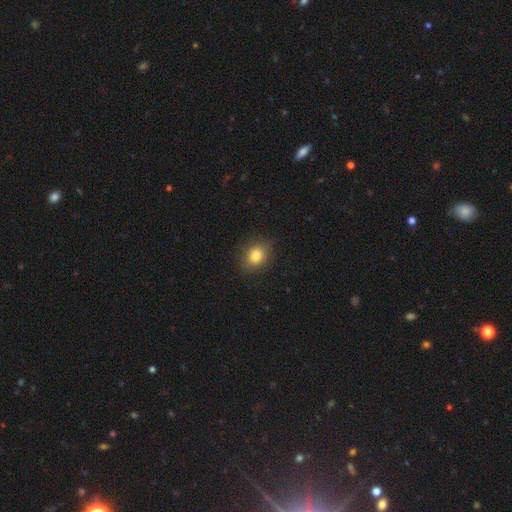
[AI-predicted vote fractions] smooth-or-featured: smooth: 82% | star or artifact: 11% | featured or disk: 7%
  how-rounded: round: 54% | in between: 45% | cigar-shaped: 1%
  merging: none: 82% | minor disturbance: 14% | major disturbance: 3% | merger: 1%